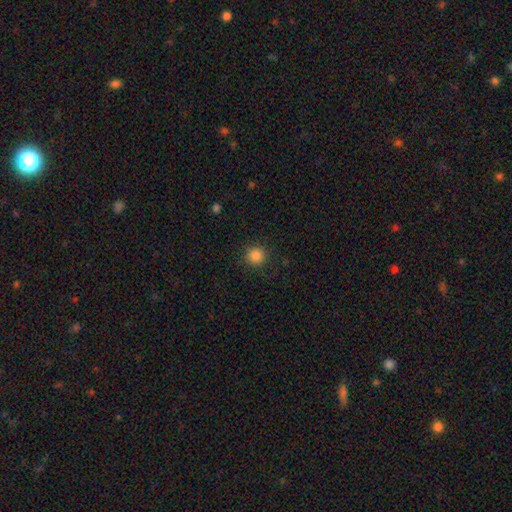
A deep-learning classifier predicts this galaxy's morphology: Overall: smooth (86%). How rounded: round (93%). Merging: none (90%).